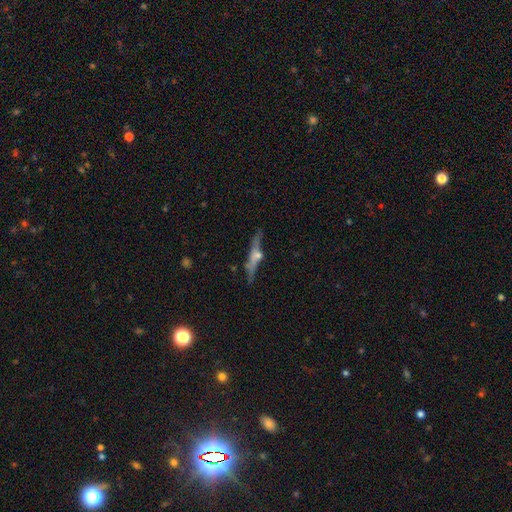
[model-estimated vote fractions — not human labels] Morphology: type=featured or disk (58%); edge-on=yes (91%); edge-on bulge=rounded (77%); merging=none (70%).